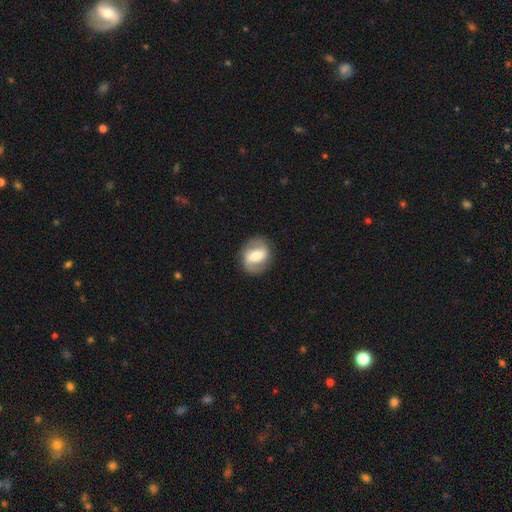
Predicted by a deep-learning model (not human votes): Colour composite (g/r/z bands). It shows a featured or disk galaxy (62%) with a strong bar (49%), spiral arms (74%) and a moderate central bulge (56%). Merging: none (84%).